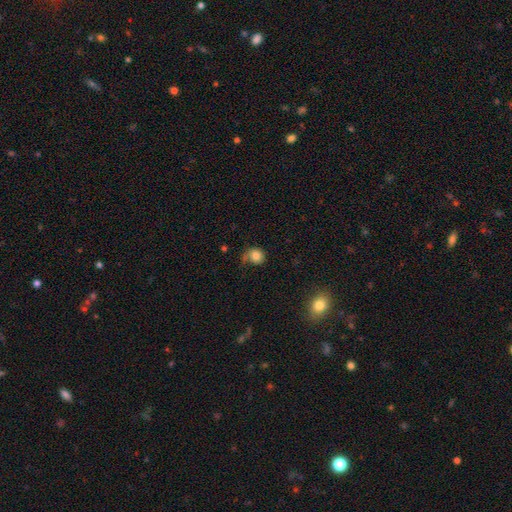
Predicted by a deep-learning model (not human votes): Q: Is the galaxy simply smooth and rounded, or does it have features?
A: smooth — 79%.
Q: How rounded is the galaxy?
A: round — 77%.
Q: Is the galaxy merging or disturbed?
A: none — 52%.